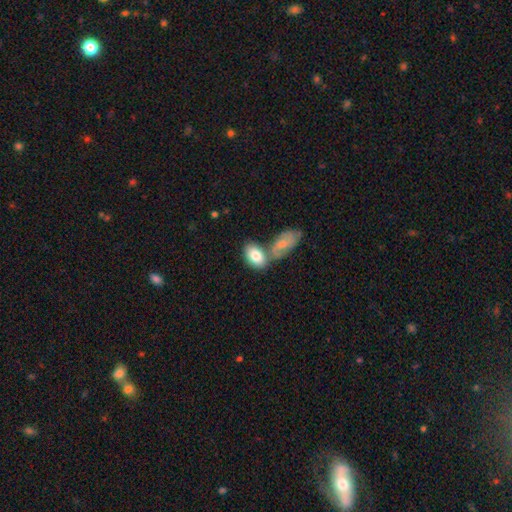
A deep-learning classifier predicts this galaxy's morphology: smooth-or-featured: smooth: 79% | featured or disk: 15% | star or artifact: 6%
  how-rounded: in between: 89% | round: 9% | cigar-shaped: 2%
  merging: merger: 42% | none: 41% | minor disturbance: 13% | major disturbance: 5%